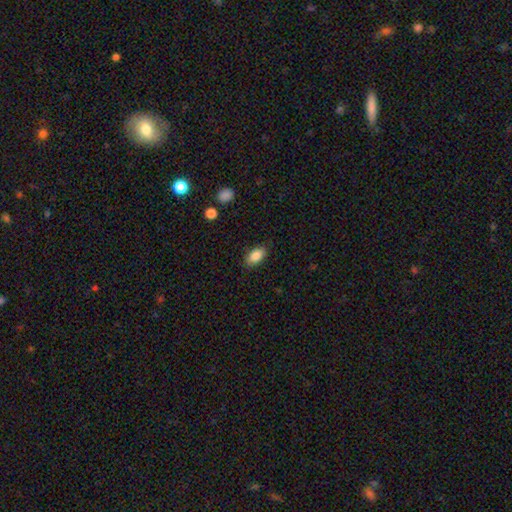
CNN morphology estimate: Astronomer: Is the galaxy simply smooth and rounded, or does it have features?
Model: smooth — 87%.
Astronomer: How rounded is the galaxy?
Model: in between — 91%.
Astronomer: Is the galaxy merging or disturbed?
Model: none — 85%.